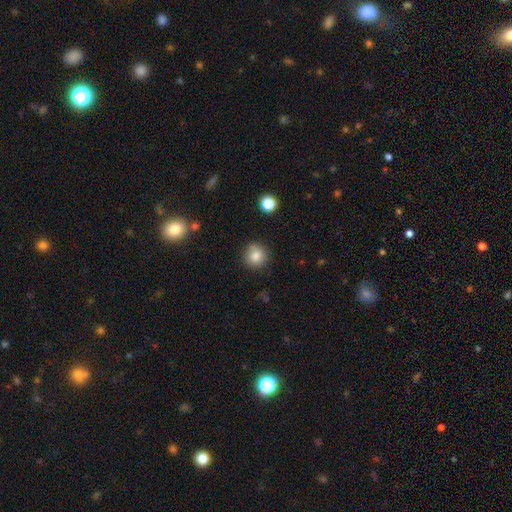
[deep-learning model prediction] Morphology: type=smooth (83%); roundness=round (92%); merging=none (80%).